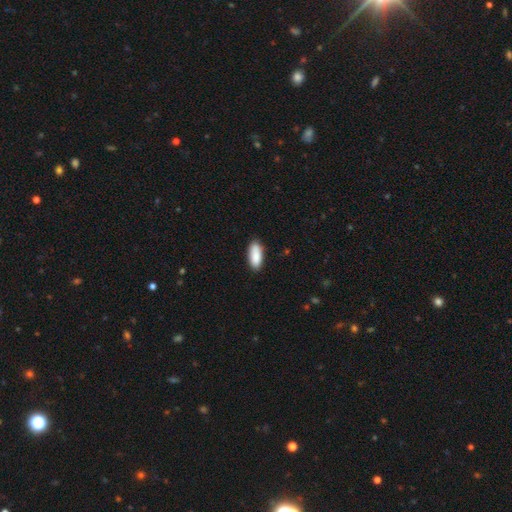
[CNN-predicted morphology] Smooth or featured? Predicted: smooth (p=0.89). How rounded? Predicted: in between (p=0.80). Merging? Predicted: none (p=0.85).